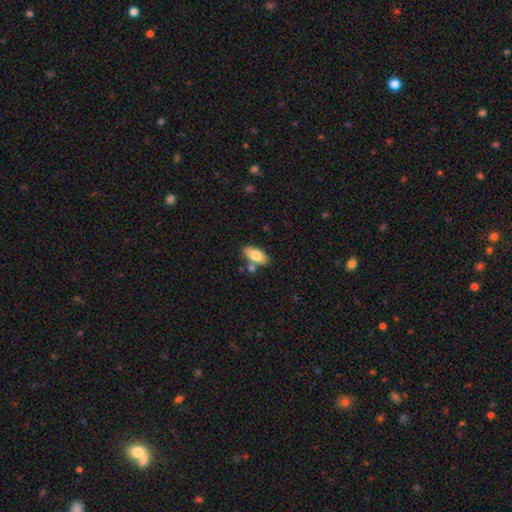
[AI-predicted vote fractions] The model was most divided on "merging": none: 72%, merger: 13%, minor disturbance: 12%, major disturbance: 3%. More confident: how rounded — in between (89%); smooth or featured — smooth (78%).